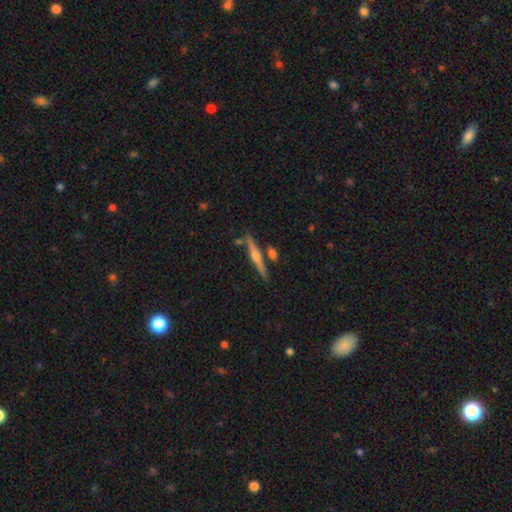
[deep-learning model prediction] smooth-or-featured: featured or disk: 77% | smooth: 16% | star or artifact: 6%
  disk-edge-on: yes: 98% | no: 2%
    edge-on-bulge: rounded: 88% | none: 6% | boxy: 5%
  merging: none: 85% | minor disturbance: 8% | merger: 6% | major disturbance: 2%